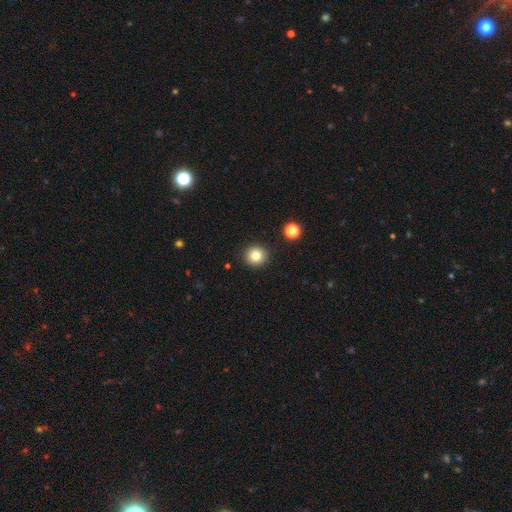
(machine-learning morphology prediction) Q: Smooth or featured?
A: smooth (82%); runner-up: star or artifact (12%)
Q: How rounded?
A: round (93%); runner-up: in between (6%)
Q: Merging?
A: none (91%); runner-up: minor disturbance (5%)